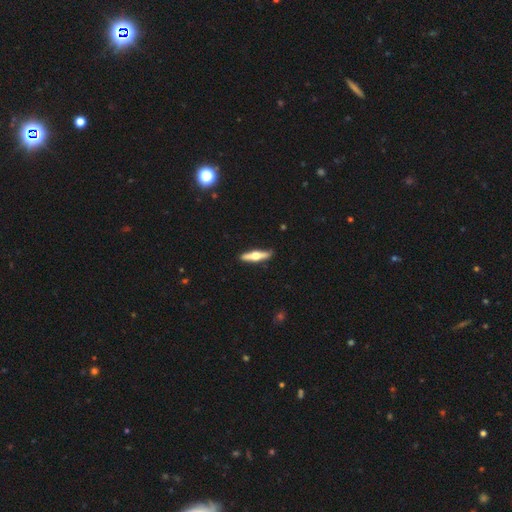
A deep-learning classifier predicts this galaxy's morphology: Overall: featured or disk (62%; smooth 33%). Edge-on disk: yes (95%). Edge-on bulge: rounded (95%). Merging: none (88%).